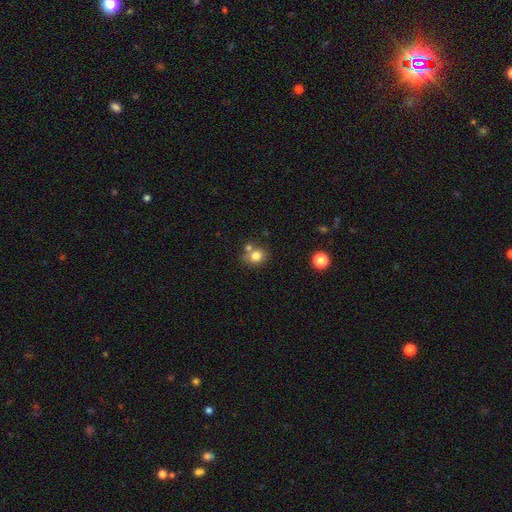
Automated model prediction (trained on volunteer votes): smooth_or_featured: smooth (p=0.79) [alt: star or artifact p=0.11]
how_rounded: round (p=0.72) [alt: in between p=0.27]
merging: none (p=0.59) [alt: merger p=0.24]